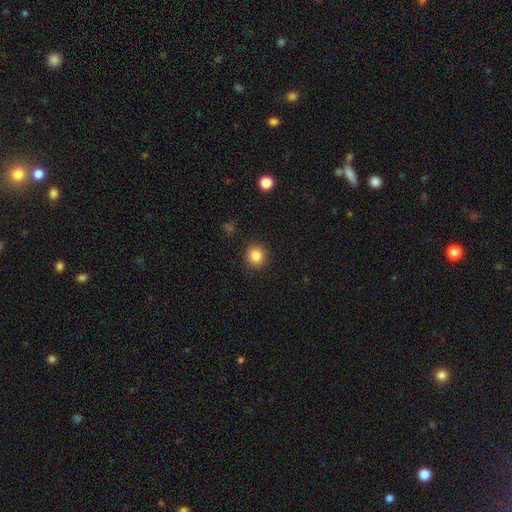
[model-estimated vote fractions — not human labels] smooth_or_featured: smooth (p=0.85) [alt: star or artifact p=0.10]
how_rounded: round (p=0.92) [alt: in between p=0.07]
merging: none (p=0.91) [alt: minor disturbance p=0.06]